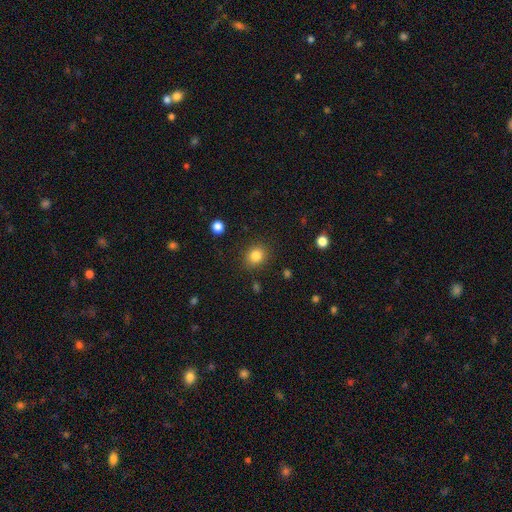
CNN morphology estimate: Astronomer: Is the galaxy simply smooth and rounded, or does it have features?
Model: smooth — 84%.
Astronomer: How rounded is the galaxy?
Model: round — 71%.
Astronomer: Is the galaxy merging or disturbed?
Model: none — 87%.